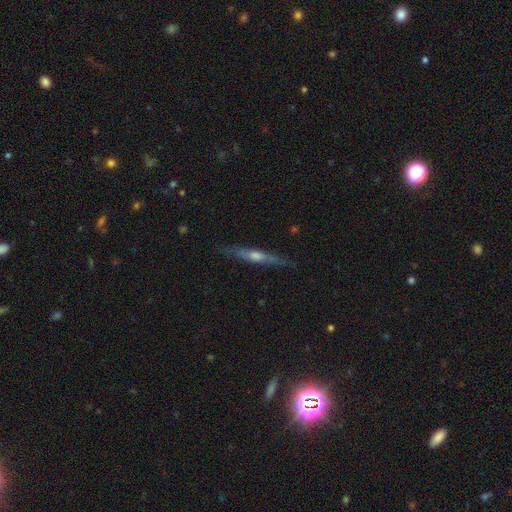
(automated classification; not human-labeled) featured or disk 70%, smooth 18%, star or artifact 11%. Down the decision tree: edge-on disk — yes (95%); edge-on bulge — rounded (85%); merging — none (87%).